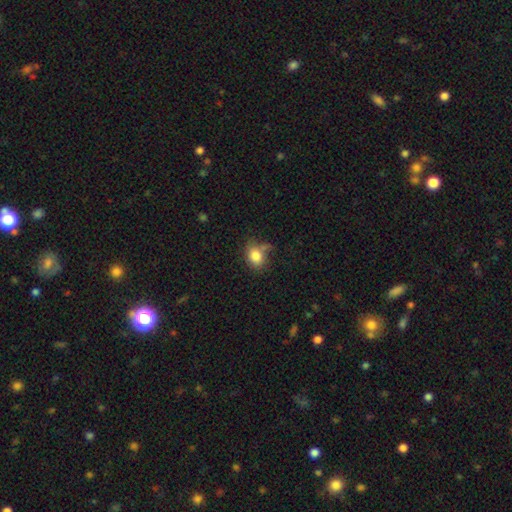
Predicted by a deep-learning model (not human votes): Morphology: type=smooth (81%); roundness=in between (57%); merging=none (54%).